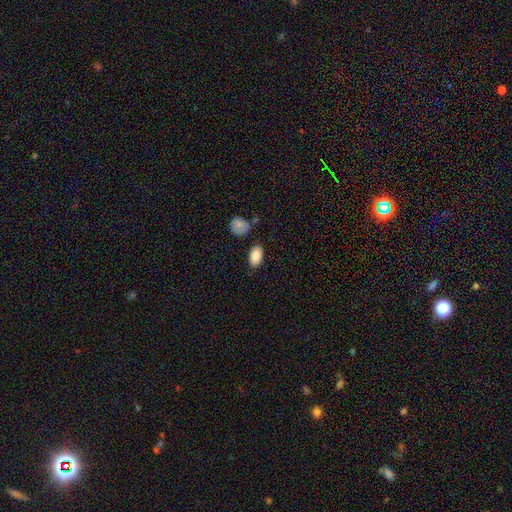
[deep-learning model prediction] Smooth or featured?
  - smooth: 86% *
  - featured or disk: 7%
  - star or artifact: 7%
How rounded?
  - in between: 93% *
  - round: 4%
  - cigar-shaped: 2%
Merging?
  - none: 81% *
  - minor disturbance: 12%
  - merger: 4%
  - major disturbance: 3%